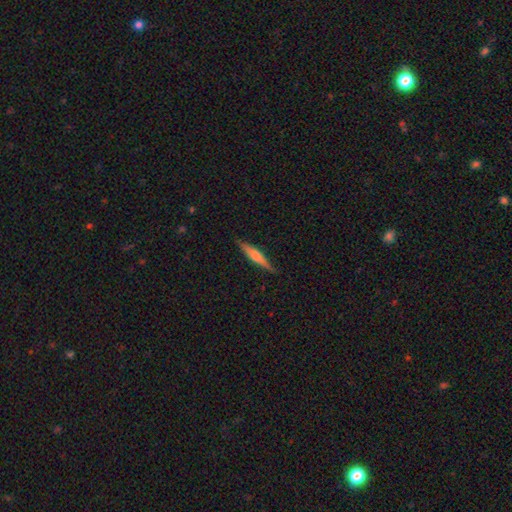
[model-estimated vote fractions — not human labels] featured or disk 50%, smooth 44%, star or artifact 6%. Down the decision tree: merging — none (86%).